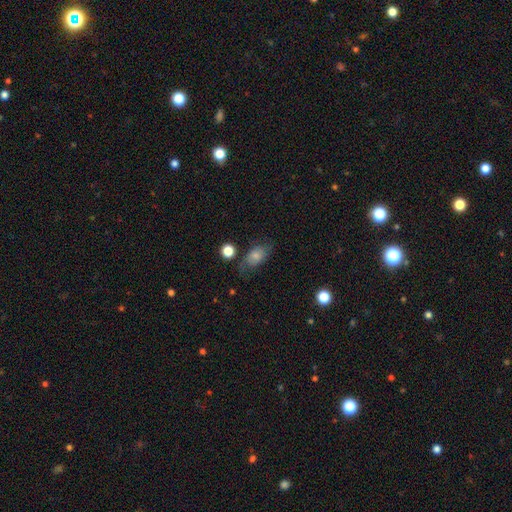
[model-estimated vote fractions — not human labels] This appears to be a smooth galaxy with no disk features (68%) that is in between round and cigar-shaped (82%). Merging: none (58%).